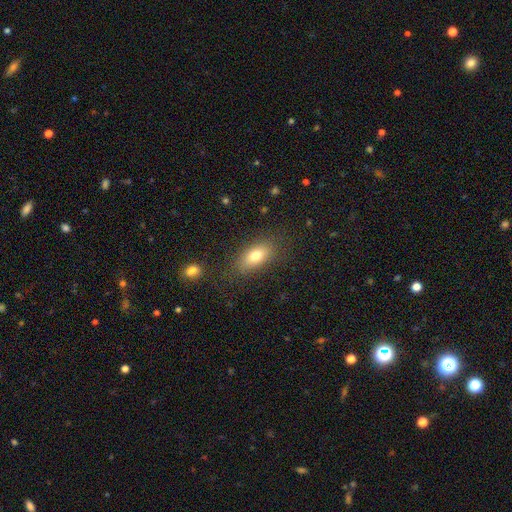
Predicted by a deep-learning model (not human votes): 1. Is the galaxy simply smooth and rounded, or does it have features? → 75% smooth, 16% featured or disk, 9% star or artifact.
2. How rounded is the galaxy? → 84% in between, 10% cigar-shaped, 6% round.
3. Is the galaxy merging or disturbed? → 81% none, 12% minor disturbance, 4% major disturbance, 2% merger.